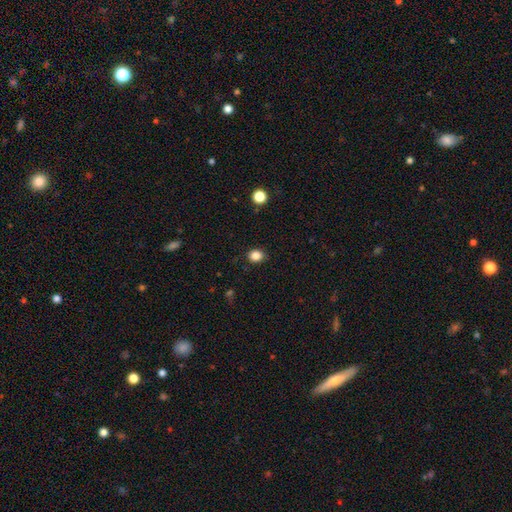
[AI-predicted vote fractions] This is clearly a smooth galaxy (85%). How rounded: likely round (63%). Merging: clearly none (89%).